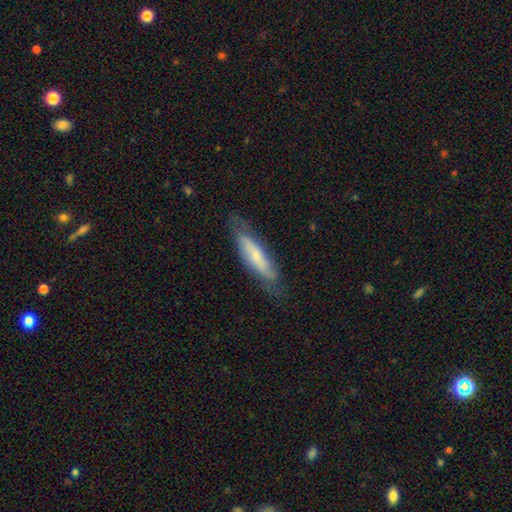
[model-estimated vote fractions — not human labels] Q: Smooth or featured?
A: featured or disk (47%); runner-up: smooth (46%)
Q: Merging?
A: none (73%); runner-up: minor disturbance (20%)